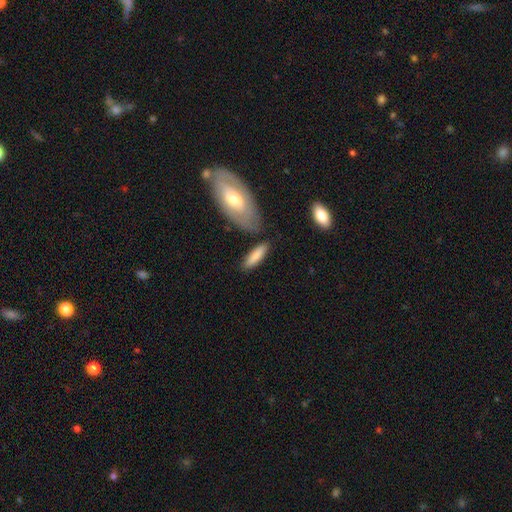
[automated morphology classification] smooth-or-featured: smooth: 83% | featured or disk: 11% | star or artifact: 6%
  how-rounded: cigar-shaped: 56% | in between: 42% | round: 2%
  merging: none: 74% | minor disturbance: 14% | merger: 7% | major disturbance: 4%